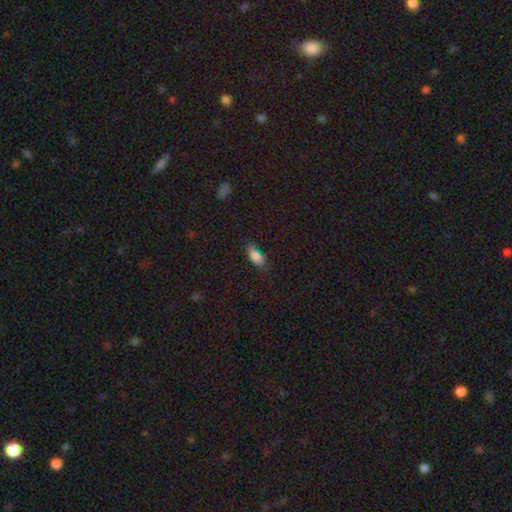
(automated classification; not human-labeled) Smooth or featured?
  - smooth: 79% *
  - star or artifact: 13%
  - featured or disk: 8%
How rounded?
  - in between: 81% *
  - cigar-shaped: 15%
  - round: 4%
Merging?
  - none: 71% *
  - minor disturbance: 21%
  - major disturbance: 5%
  - merger: 2%